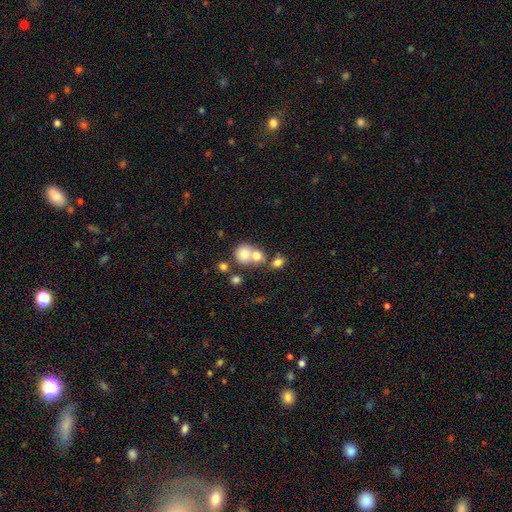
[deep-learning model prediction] This is likely a smooth galaxy (74%). How rounded: likely round (73%). Merging: possibly merger (54%).